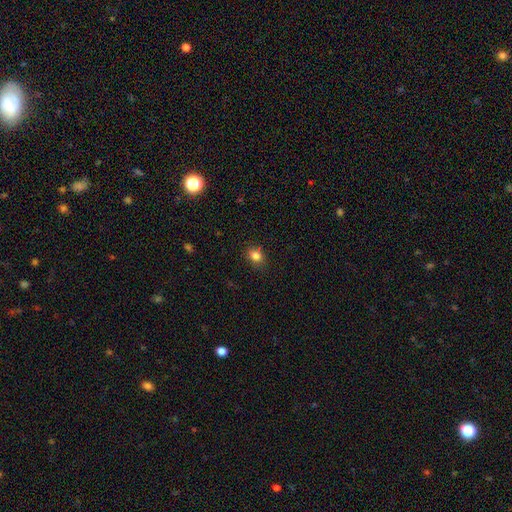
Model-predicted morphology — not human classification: The model was most divided on "how rounded": in between: 51%, round: 47%, cigar-shaped: 1%. More confident: smooth or featured — smooth (82%); merging — none (80%).